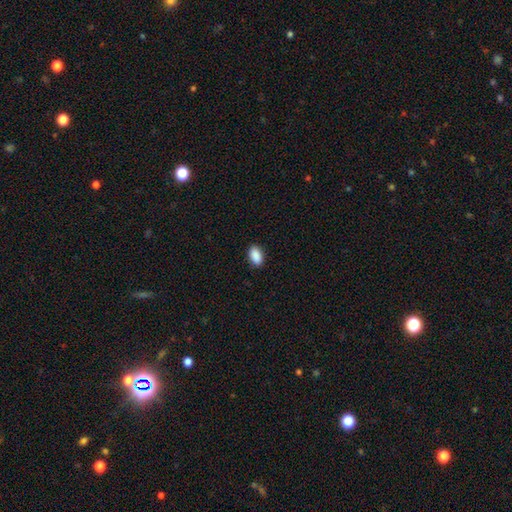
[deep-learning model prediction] This appears to be a smooth galaxy with no disk features (90%) that is in between round and cigar-shaped (93%). Merging: none (89%).